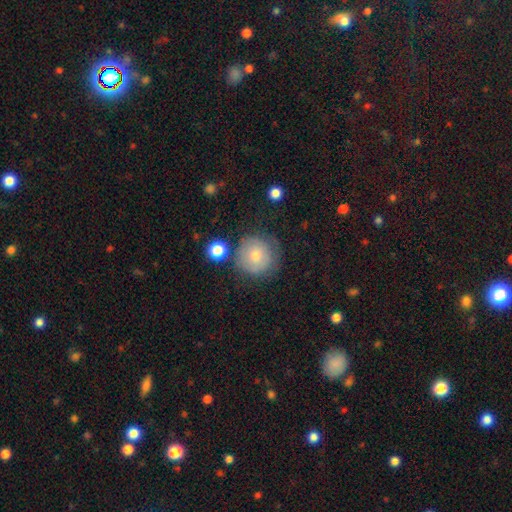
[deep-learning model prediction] Overall: smooth (65%). How rounded: round (94%). Merging: none (73%).